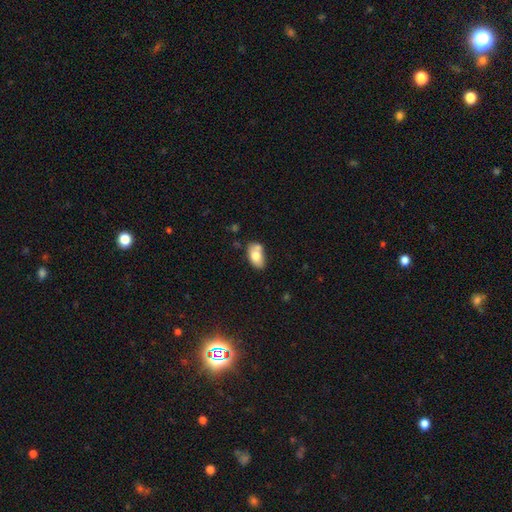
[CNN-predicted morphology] Smooth or featured: smooth — 73% (featured or disk — 20%)
How rounded: in between — 90% (round — 8%)
Merging: none — 50% (merger — 27%)